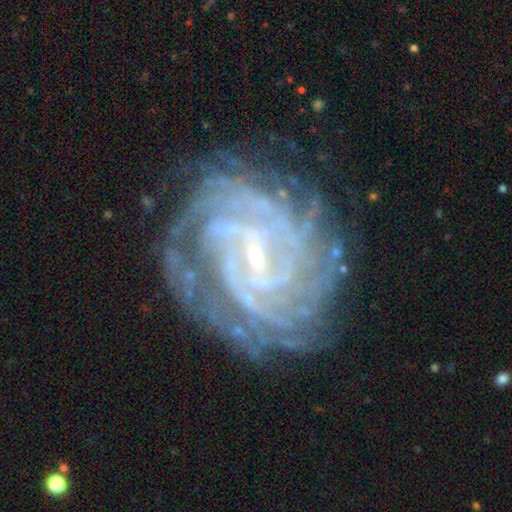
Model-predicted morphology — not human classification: featured or disk 91%, star or artifact 6%, smooth 4%. Down the decision tree: edge-on disk — no (98%); bar — weak (47%); spiral arms — yes (98%); spiral arm count — 4 (23%); spiral winding — tight (78%); bulge size — small (85%); merging — none (78%).